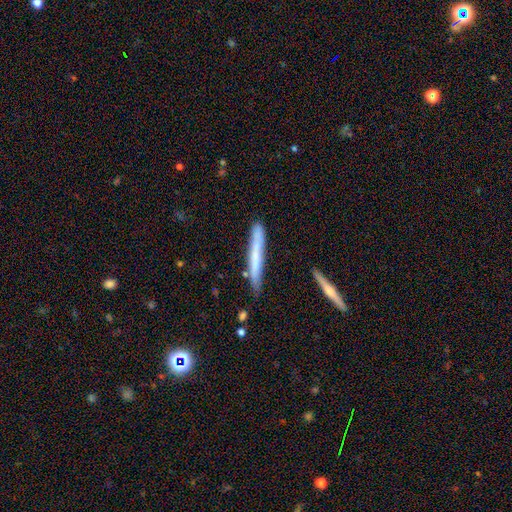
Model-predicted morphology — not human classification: smooth-or-featured: smooth: 55% | featured or disk: 38% | star or artifact: 7%
  how-rounded: cigar-shaped: 96% | in between: 3% | round: 1%
  merging: none: 76% | minor disturbance: 18% | merger: 3% | major disturbance: 3%